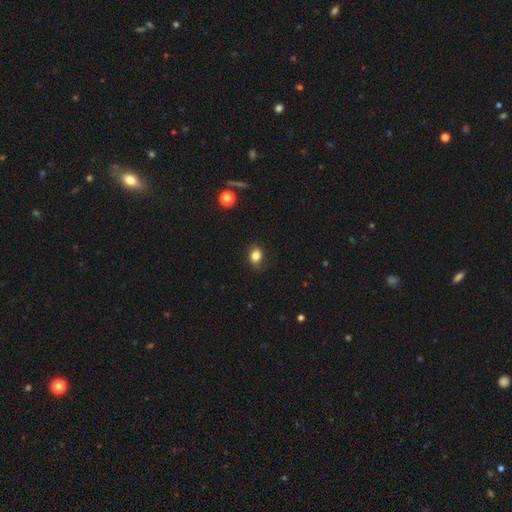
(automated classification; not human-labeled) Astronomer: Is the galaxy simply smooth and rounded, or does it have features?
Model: smooth — 82%.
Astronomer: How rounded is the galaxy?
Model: in between — 54% (runner-up: round, 45%).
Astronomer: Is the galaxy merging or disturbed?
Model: none — 74%.